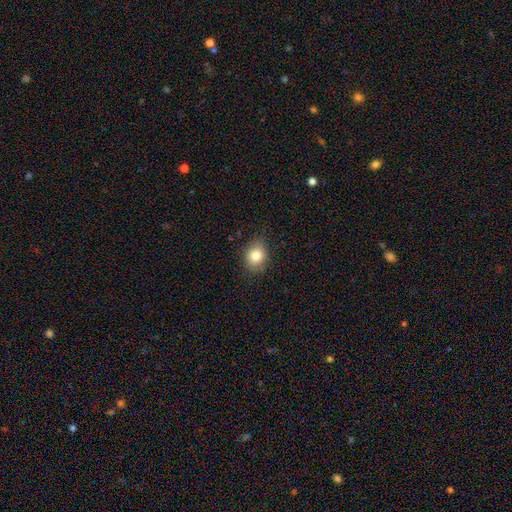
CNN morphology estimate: Q: Smooth or featured?
A: smooth (82%); runner-up: star or artifact (10%)
Q: How rounded?
A: round (55%); runner-up: in between (44%)
Q: Merging?
A: none (83%); runner-up: minor disturbance (13%)